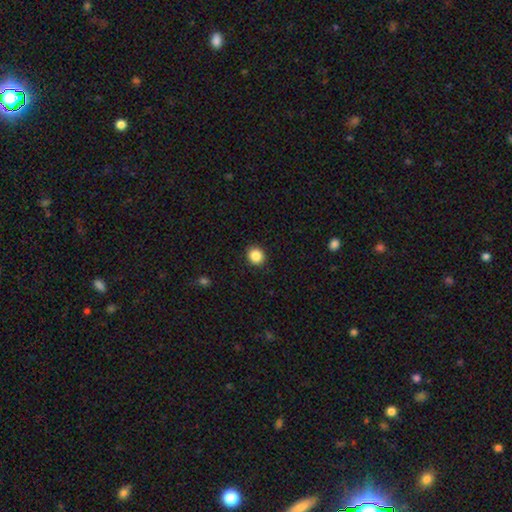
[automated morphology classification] The model was most divided on "how rounded": round: 83%, in between: 16%, cigar-shaped: 1%. More confident: merging — none (91%); smooth or featured — smooth (87%).